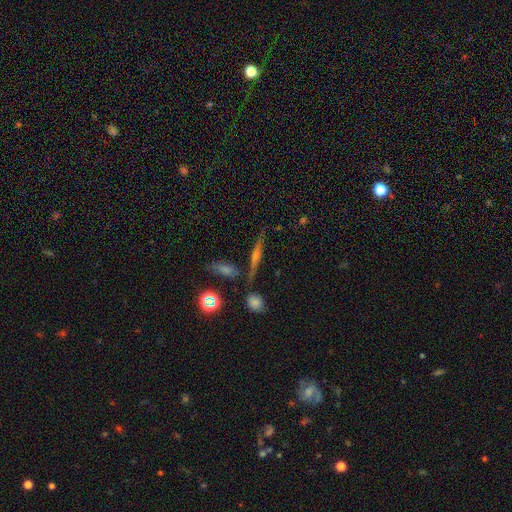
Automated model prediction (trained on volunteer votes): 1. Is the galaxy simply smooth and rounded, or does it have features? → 65% featured or disk, 22% smooth, 13% star or artifact.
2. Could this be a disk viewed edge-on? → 95% yes, 5% no.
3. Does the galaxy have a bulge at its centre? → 82% rounded, 10% none, 9% boxy.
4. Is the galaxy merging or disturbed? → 80% none, 9% minor disturbance, 7% merger, 3% major disturbance.